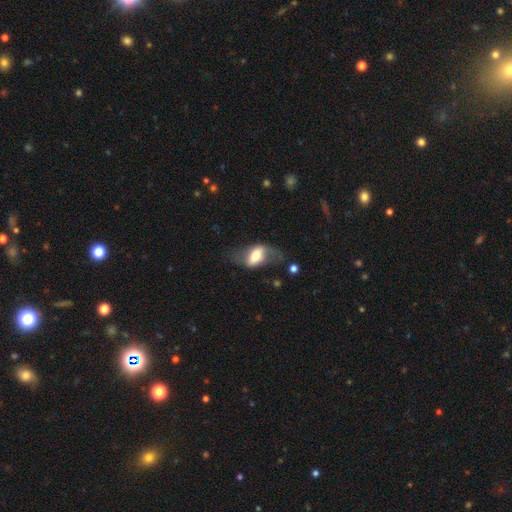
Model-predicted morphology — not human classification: Overall: featured or disk (47%; smooth 45%). Merging: none (46%; major disturbance 27%).